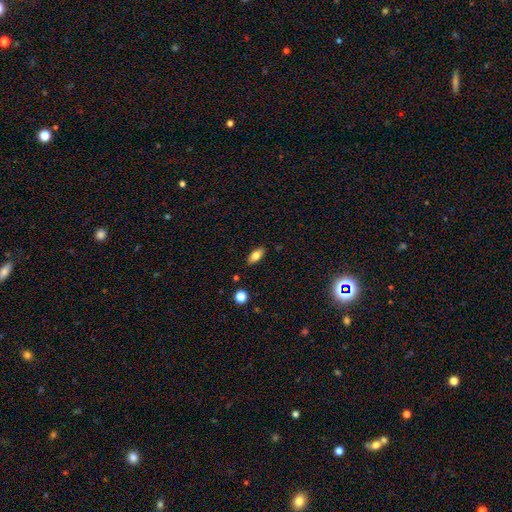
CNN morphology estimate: Smooth or featured: smooth — 76% (featured or disk — 16%)
How rounded: in between — 85% (cigar-shaped — 12%)
Merging: none — 87% (minor disturbance — 10%)